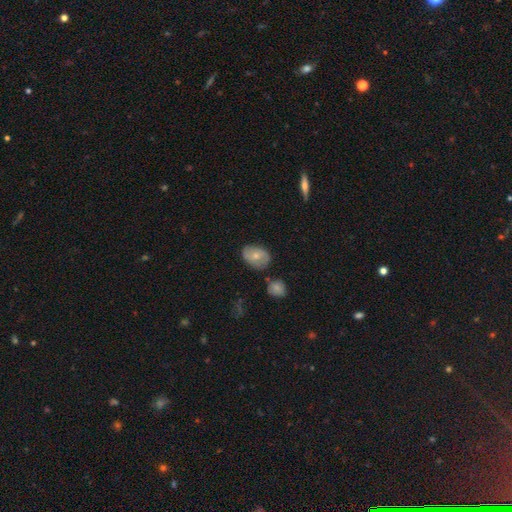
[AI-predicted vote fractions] Overall: smooth (61%; featured or disk 31%). How rounded: in between (75%). Merging: none (66%).